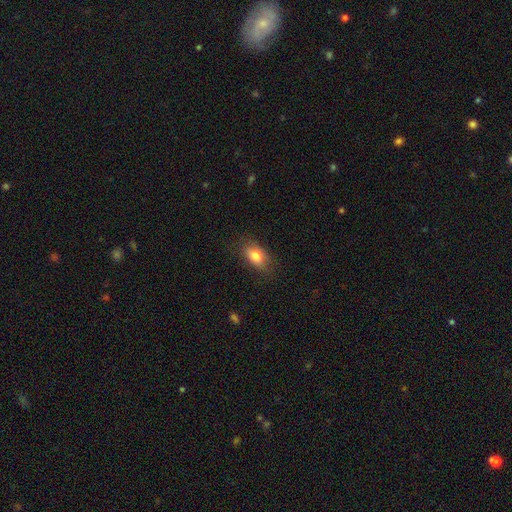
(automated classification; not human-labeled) This appears to be a smooth galaxy with no disk features (82%) that is in between round and cigar-shaped (86%). Merging: none (80%).